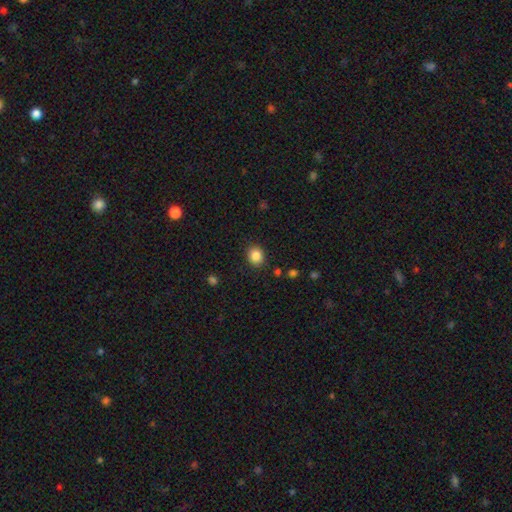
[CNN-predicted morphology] smooth-or-featured: smooth: 86% | star or artifact: 10% | featured or disk: 4%
  how-rounded: round: 70% | in between: 29% | cigar-shaped: 1%
  merging: none: 88% | minor disturbance: 7% | major disturbance: 3% | merger: 1%